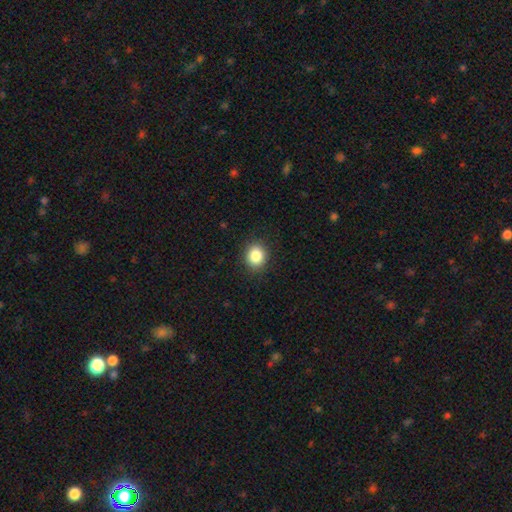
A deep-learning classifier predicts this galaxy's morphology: This is clearly a smooth galaxy (86%). How rounded: likely round (67%). Merging: clearly none (89%).